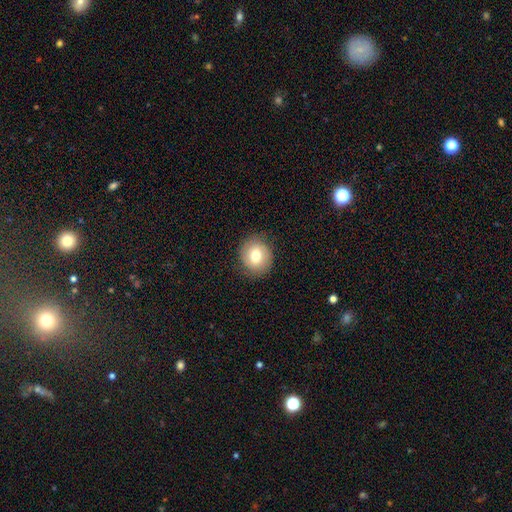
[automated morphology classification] A smooth galaxy with no disk features (73%) that is round (79%). Merging: none (84%).